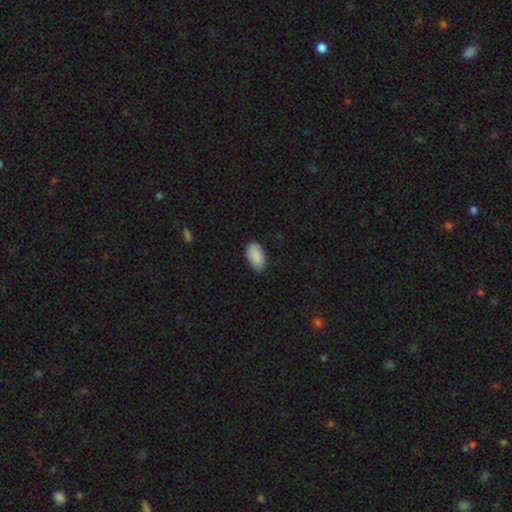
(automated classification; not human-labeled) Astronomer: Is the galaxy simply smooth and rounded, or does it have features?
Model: smooth — 90%.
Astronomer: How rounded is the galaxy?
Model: in between — 95%.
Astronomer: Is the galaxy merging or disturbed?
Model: none — 81%.